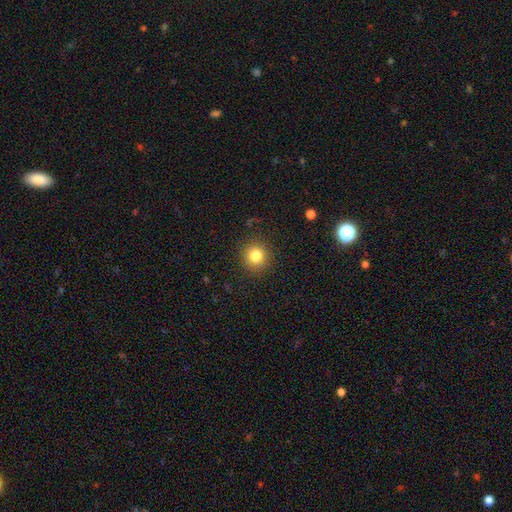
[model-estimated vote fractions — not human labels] This is clearly a smooth galaxy (83%). How rounded: clearly round (92%). Merging: clearly none (90%).